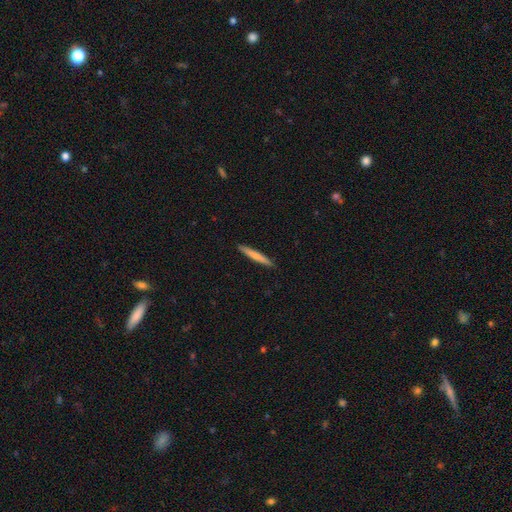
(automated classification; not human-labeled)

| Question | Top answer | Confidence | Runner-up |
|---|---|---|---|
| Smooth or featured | smooth | 72% | featured or disk (22%) |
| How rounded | cigar-shaped | 96% | in between (3%) |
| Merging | none | 91% | minor disturbance (6%) |